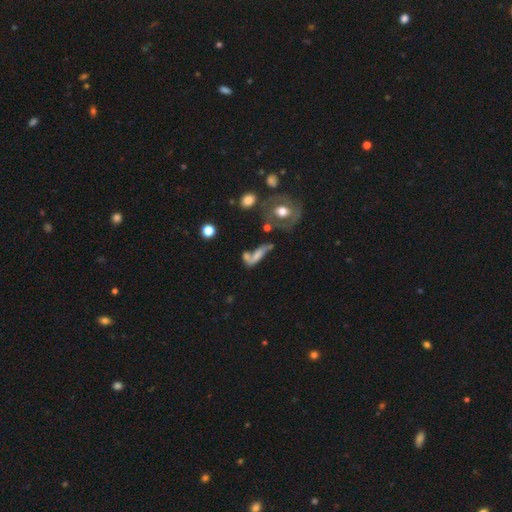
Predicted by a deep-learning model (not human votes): A smooth galaxy with no disk features (47%). Merging: merger (36%).